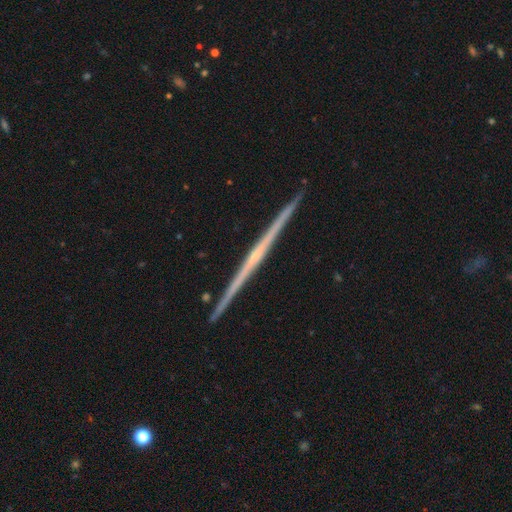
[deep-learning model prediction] The model was most divided on "edge-on bulge": none: 60%, rounded: 33%, boxy: 7%. More confident: edge-on disk — yes (99%); merging — none (93%); smooth or featured — featured or disk (82%).